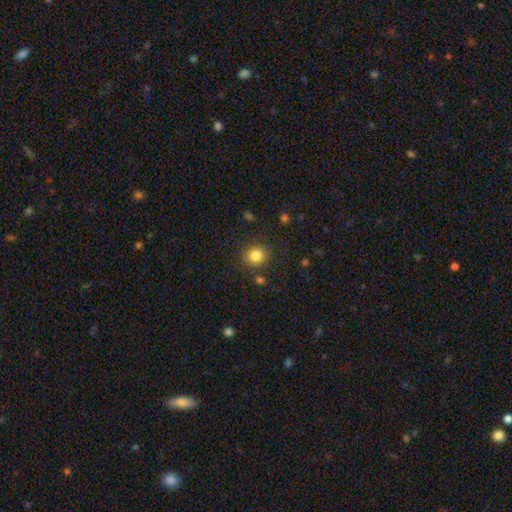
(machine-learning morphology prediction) smooth 83%, star or artifact 11%, featured or disk 5%. Down the decision tree: how rounded — round (87%); merging — none (84%).